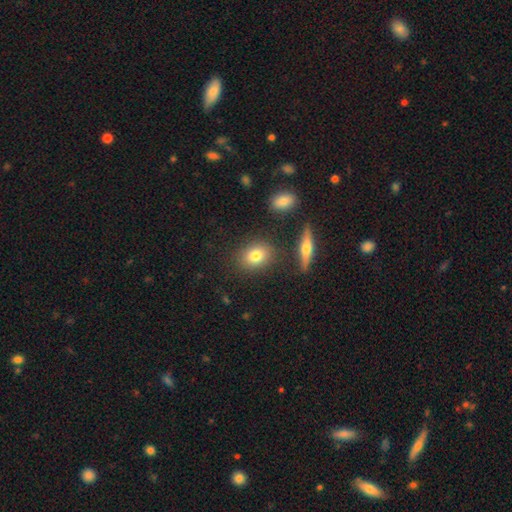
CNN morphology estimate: smooth-or-featured: smooth: 77% | featured or disk: 13% | star or artifact: 10%
  how-rounded: in between: 53% | round: 44% | cigar-shaped: 3%
  merging: none: 82% | minor disturbance: 10% | merger: 5% | major disturbance: 3%